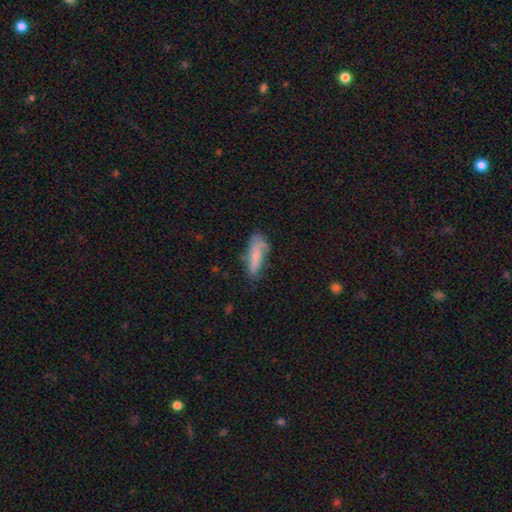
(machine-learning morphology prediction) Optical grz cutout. It shows a smooth galaxy with no disk features (66%) that is in between round and cigar-shaped (53%). Merging: none (48%).